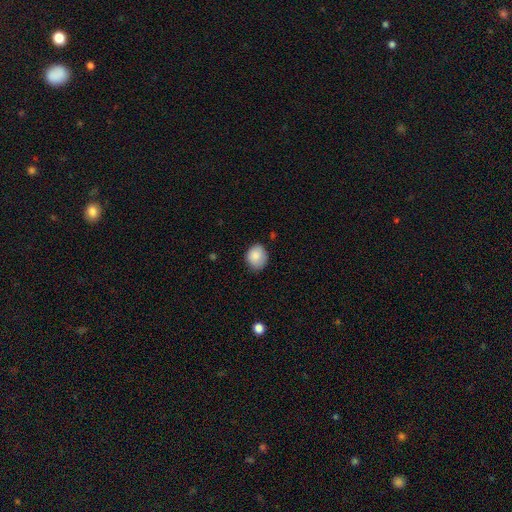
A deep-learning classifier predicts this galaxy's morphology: A smooth galaxy with no disk features (85%) that is round (62%).

Vote fractions:
- Smooth or featured? smooth: 85% / star or artifact: 8% / featured or disk: 7%
- How rounded? round: 62% / in between: 37% / cigar-shaped: 1%
- Merging? none: 71% / minor disturbance: 23% / major disturbance: 4% / merger: 1%